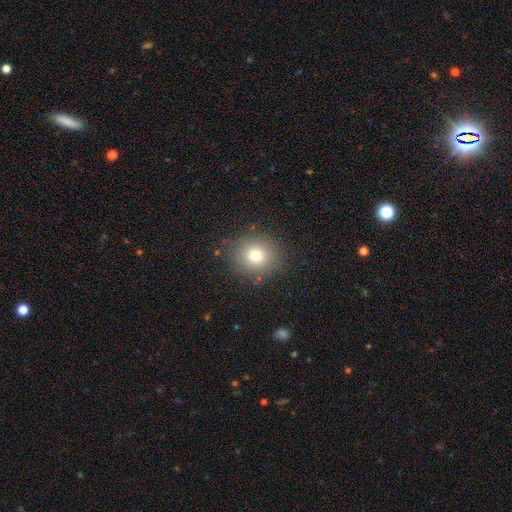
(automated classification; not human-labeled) Smooth or featured?
  - smooth: 75% *
  - star or artifact: 14%
  - featured or disk: 11%
How rounded?
  - round: 85% *
  - in between: 14%
  - cigar-shaped: 1%
Merging?
  - none: 86% *
  - minor disturbance: 9%
  - major disturbance: 4%
  - merger: 1%